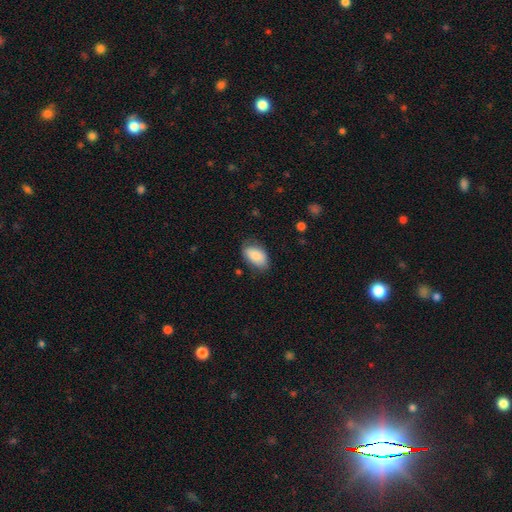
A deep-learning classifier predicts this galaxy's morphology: Smooth or featured? Predicted: smooth (p=0.82). How rounded? Predicted: in between (p=0.92). Merging? Predicted: none (p=0.73).